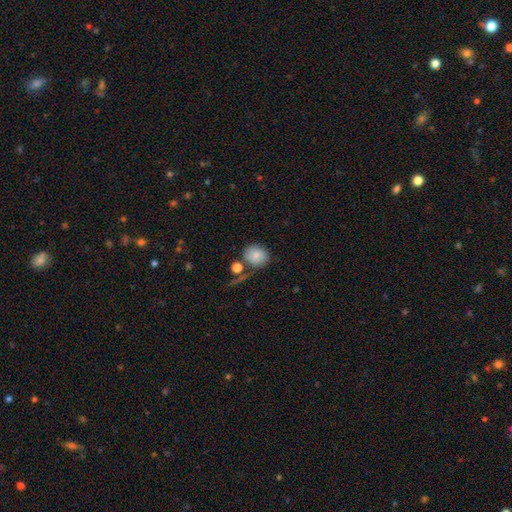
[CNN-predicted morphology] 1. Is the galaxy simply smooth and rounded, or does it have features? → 79% smooth, 11% featured or disk, 9% star or artifact.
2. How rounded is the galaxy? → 59% round, 40% in between, 1% cigar-shaped.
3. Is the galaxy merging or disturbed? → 67% none, 15% minor disturbance, 13% merger, 5% major disturbance.